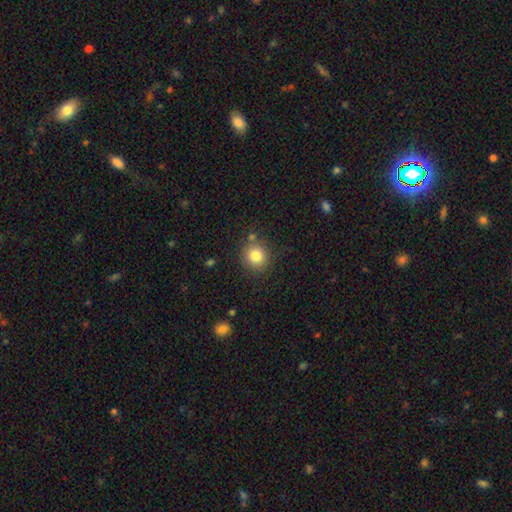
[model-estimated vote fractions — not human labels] This appears to be a smooth galaxy with no disk features (81%) that is round (88%). Merging: none (80%).